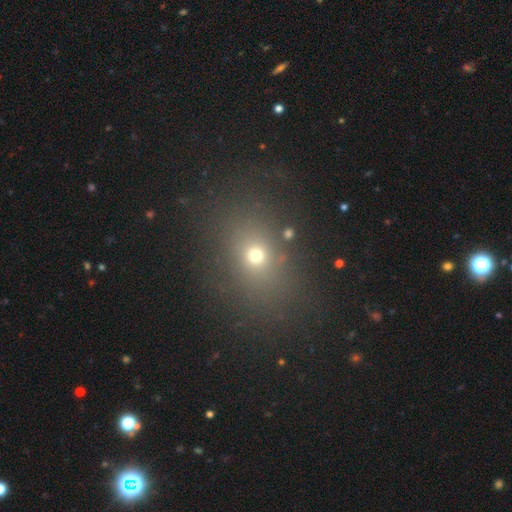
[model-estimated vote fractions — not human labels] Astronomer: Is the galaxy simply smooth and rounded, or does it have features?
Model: smooth — 66%.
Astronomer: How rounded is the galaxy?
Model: in between — 51% (runner-up: round, 47%).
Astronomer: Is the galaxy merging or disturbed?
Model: none — 79%.